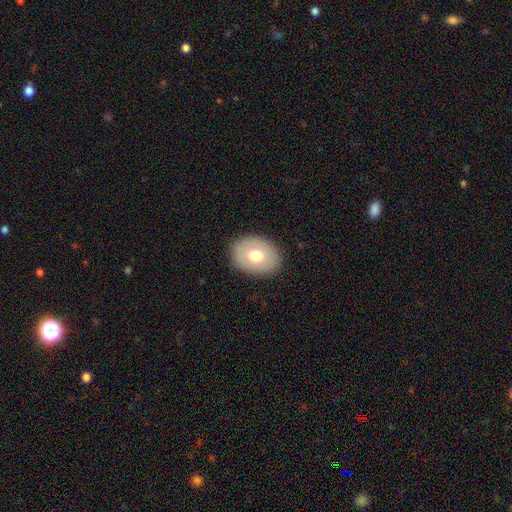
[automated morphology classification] A smooth galaxy with no disk features (67%) that is in between round and cigar-shaped (66%).

Vote fractions:
- Smooth or featured? smooth: 67% / featured or disk: 26% / star or artifact: 8%
- How rounded? in between: 66% / round: 33% / cigar-shaped: 1%
- Merging? none: 86% / minor disturbance: 10% / major disturbance: 3% / merger: 1%